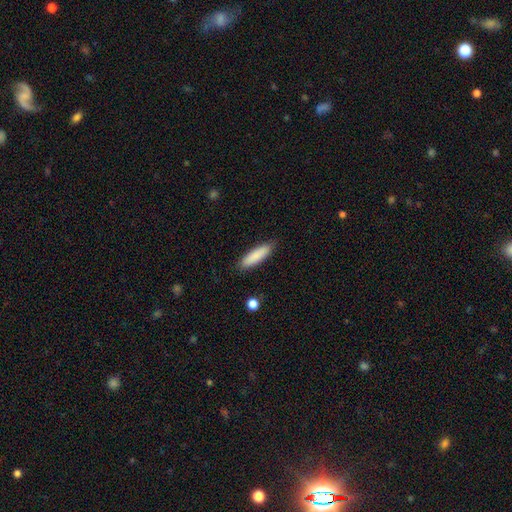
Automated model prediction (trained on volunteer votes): Overall: smooth (86%). How rounded: cigar-shaped (68%; in between 31%). Merging: none (87%).